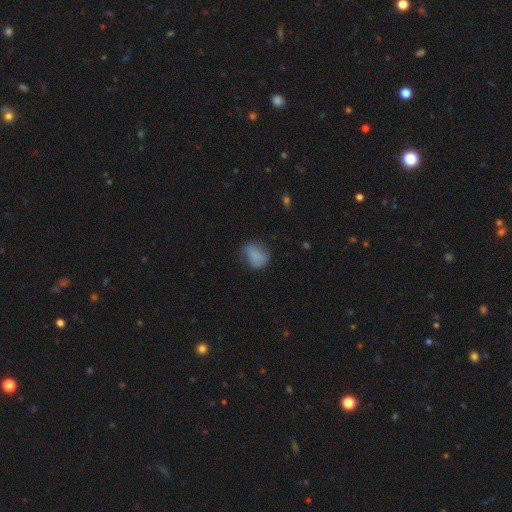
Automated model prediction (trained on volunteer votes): A smooth galaxy with no disk features (80%) that is in between round and cigar-shaped (60%).

Vote fractions:
- Smooth or featured? smooth: 80% / featured or disk: 10% / star or artifact: 10%
- How rounded? in between: 60% / round: 38% / cigar-shaped: 1%
- Merging? none: 60% / minor disturbance: 28% / major disturbance: 10% / merger: 2%